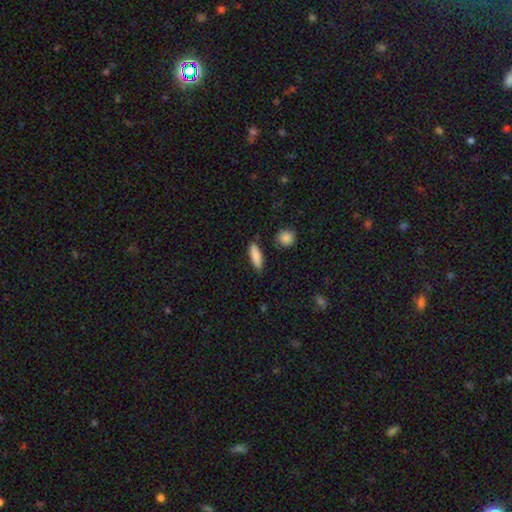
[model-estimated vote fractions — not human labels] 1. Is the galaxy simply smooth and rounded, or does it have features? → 85% smooth, 9% featured or disk, 7% star or artifact.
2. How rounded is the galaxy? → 50% in between, 47% cigar-shaped, 3% round.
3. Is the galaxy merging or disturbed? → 83% none, 11% minor disturbance, 3% merger, 2% major disturbance.